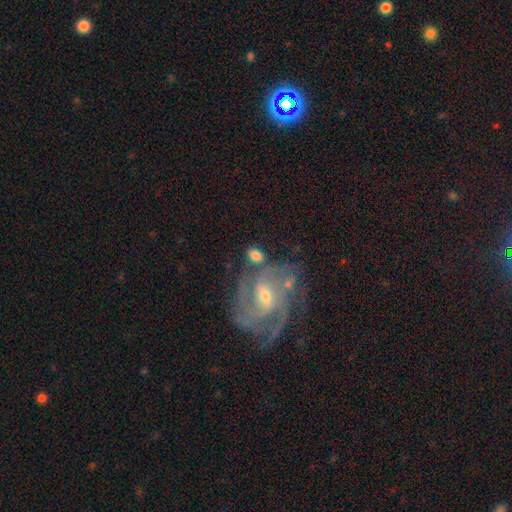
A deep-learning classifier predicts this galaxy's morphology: This is possibly a smooth galaxy (59%). How rounded: likely in between (68%). Merging: likely none (62%).